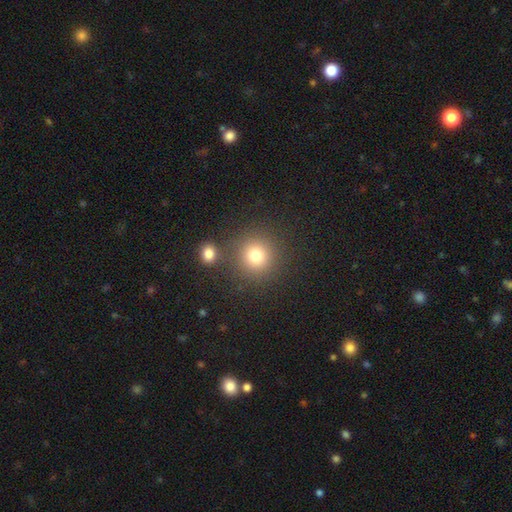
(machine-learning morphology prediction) smooth 76%, star or artifact 15%, featured or disk 8%. Down the decision tree: how rounded — round (93%); merging — none (80%).